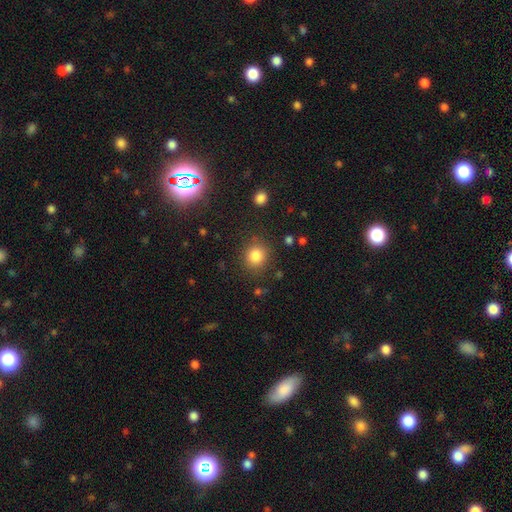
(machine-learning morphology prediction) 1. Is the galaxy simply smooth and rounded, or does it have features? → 83% smooth, 11% star or artifact, 5% featured or disk.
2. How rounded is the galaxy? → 84% round, 15% in between, 1% cigar-shaped.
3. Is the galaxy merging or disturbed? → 85% none, 9% minor disturbance, 4% major disturbance, 2% merger.